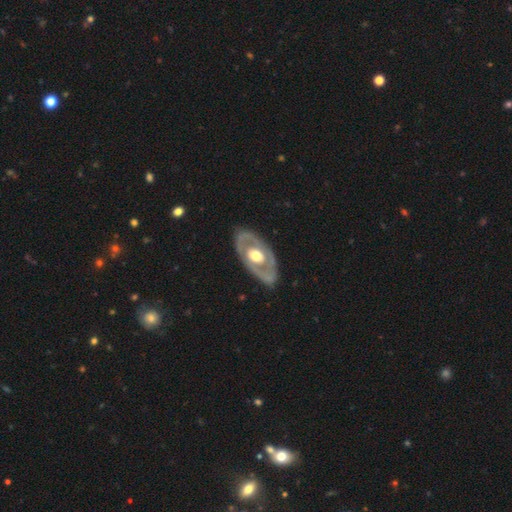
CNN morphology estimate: Smooth or featured? featured or disk (68%)
Edge-on disk? no (88%)
Bar? no (83%)
Spiral arms? no (76%)
Bulge size? moderate (60%)
Merging? none (81%)